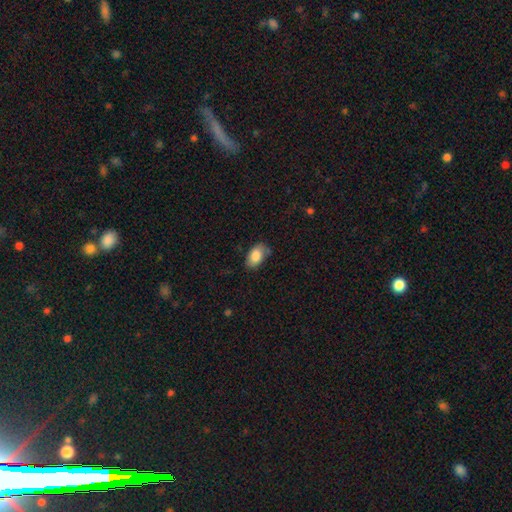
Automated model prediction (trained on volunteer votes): A smooth galaxy with no disk features (85%) that is in between round and cigar-shaped (92%). Merging: none (71%).